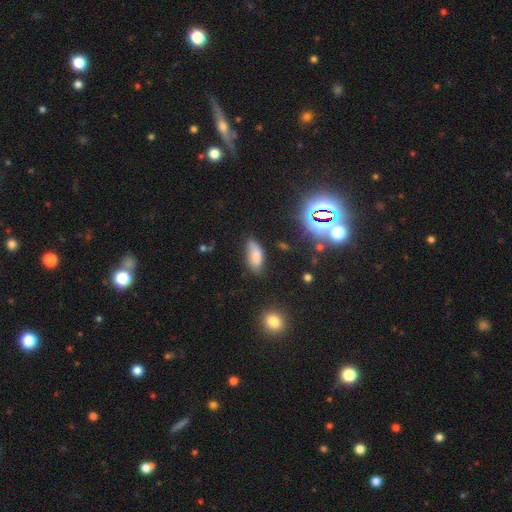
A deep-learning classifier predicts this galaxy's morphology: Overall: smooth (75%). How rounded: in between (86%). Merging: none (69%).